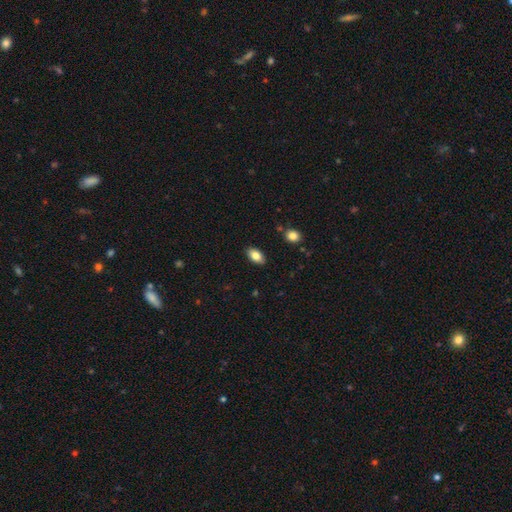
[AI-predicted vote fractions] Overall: smooth (83%). How rounded: in between (92%). Merging: none (88%).